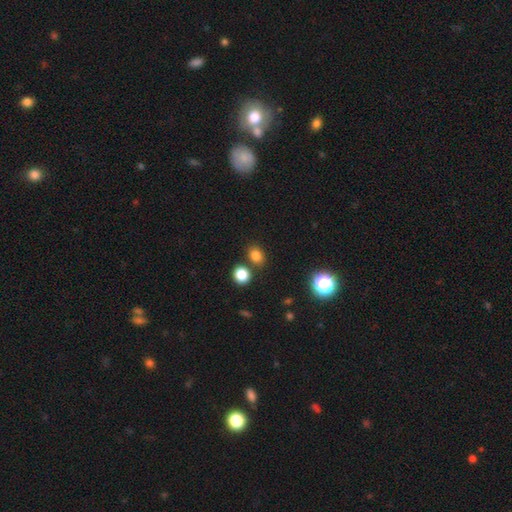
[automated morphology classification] Smooth or featured? Predicted: smooth (p=0.79). How rounded? Predicted: round (p=0.53). Merging? Predicted: none (p=0.74).